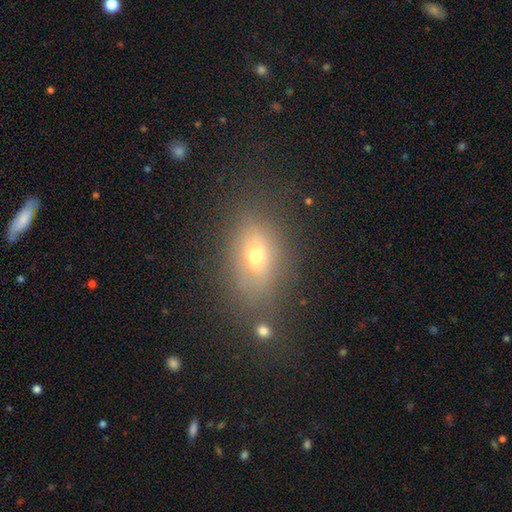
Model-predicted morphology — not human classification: This is possibly a smooth galaxy (58%). How rounded: likely in between (76%). Merging: likely none (73%).